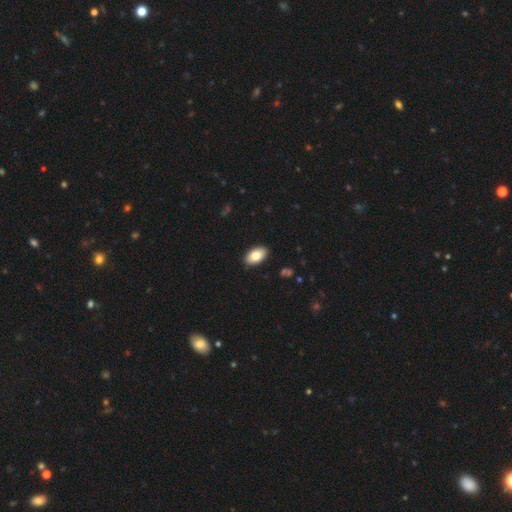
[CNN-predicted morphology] The model was most divided on "smooth or featured": smooth: 83%, featured or disk: 11%, star or artifact: 7%. More confident: how rounded — in between (93%); merging — none (89%).